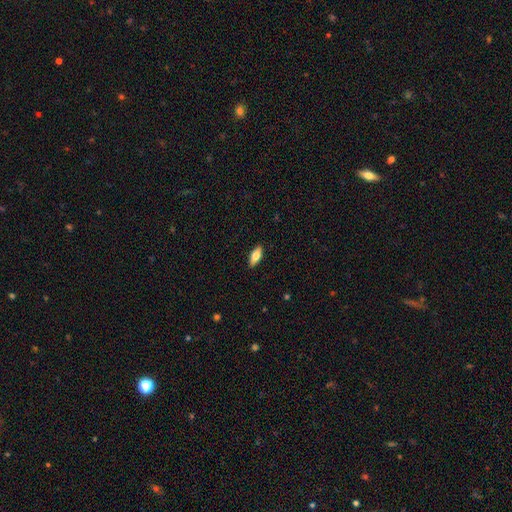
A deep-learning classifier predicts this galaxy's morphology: smooth-or-featured: smooth: 70% | featured or disk: 24% | star or artifact: 6%
  how-rounded: in between: 75% | cigar-shaped: 22% | round: 3%
  merging: none: 89% | minor disturbance: 8% | major disturbance: 2% | merger: 1%